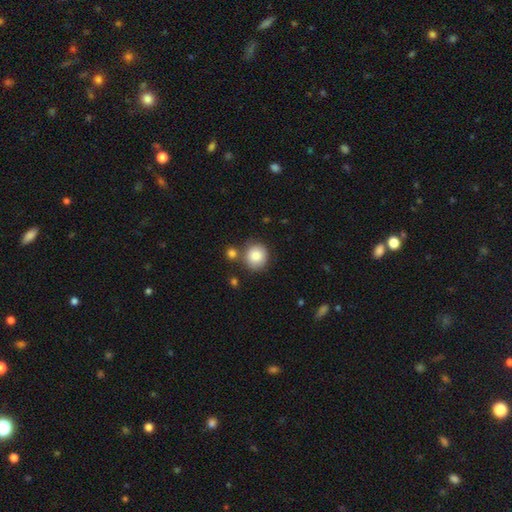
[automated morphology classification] type=smooth (85%); roundness=round (84%); merging=none (72%).